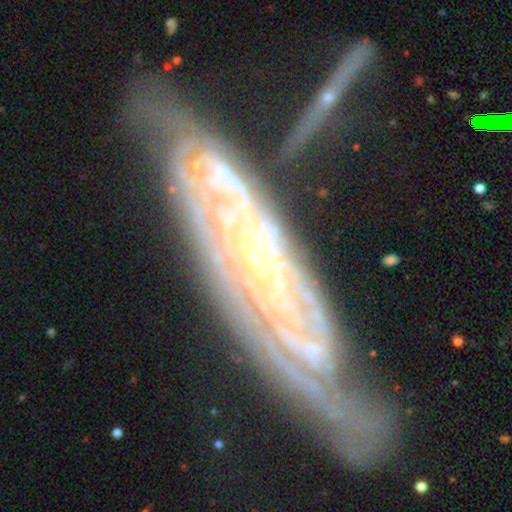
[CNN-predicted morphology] A featured or disk galaxy (89%) with no bar (65%), tight (77%) spiral arms (97%) and a small central bulge (83%). Merging: none (60%).